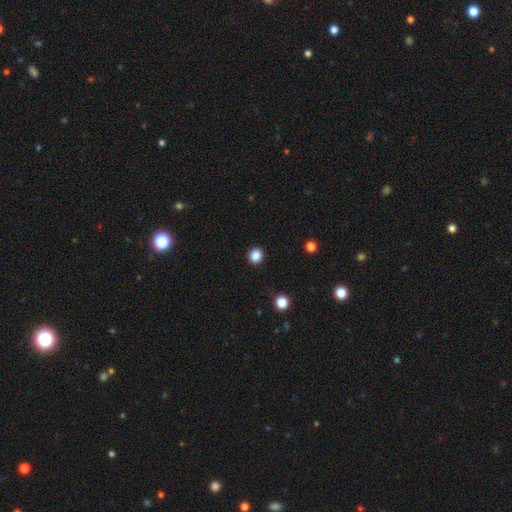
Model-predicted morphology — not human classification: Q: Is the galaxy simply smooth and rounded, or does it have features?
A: smooth — 86%.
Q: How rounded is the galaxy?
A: round — 90%.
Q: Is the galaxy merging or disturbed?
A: none — 92%.